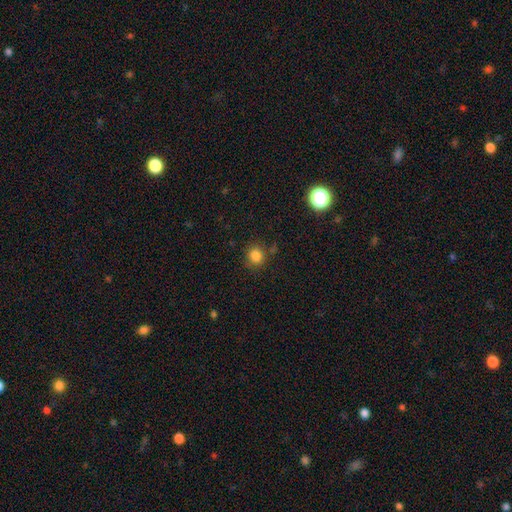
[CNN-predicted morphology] Smooth or featured?
  - smooth: 83% *
  - star or artifact: 12%
  - featured or disk: 5%
How rounded?
  - round: 85% *
  - in between: 14%
  - cigar-shaped: 1%
Merging?
  - none: 81% *
  - minor disturbance: 11%
  - merger: 4%
  - major disturbance: 4%